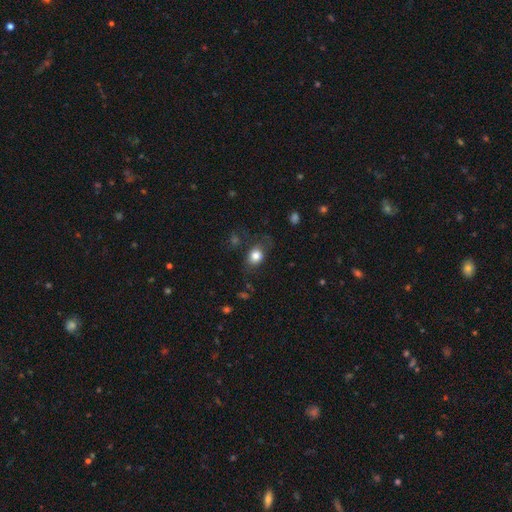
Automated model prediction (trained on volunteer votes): A smooth galaxy with no disk features (80%) that is in between round and cigar-shaped (50%). Merging: none (64%).